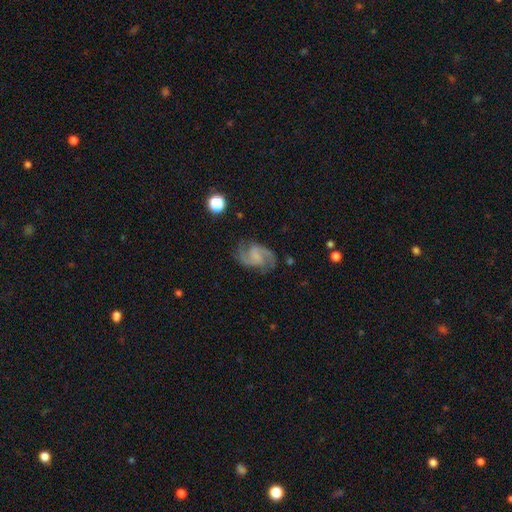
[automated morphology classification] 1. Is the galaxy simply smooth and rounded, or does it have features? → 84% featured or disk, 9% smooth, 6% star or artifact.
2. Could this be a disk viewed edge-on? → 98% no, 2% yes.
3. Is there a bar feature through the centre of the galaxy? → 48% weak, 35% no, 17% strong.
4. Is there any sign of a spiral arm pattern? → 97% yes, 3% no.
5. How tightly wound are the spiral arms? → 55% medium, 26% loose, 20% tight.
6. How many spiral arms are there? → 89% 2, 4% can't tell, 3% 3, 2% 1, 1% 4, 1% more than 4.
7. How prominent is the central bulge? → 52% none, 29% small, 14% moderate, 4% large, 1% dominant.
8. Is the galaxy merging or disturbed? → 76% none, 15% minor disturbance, 7% major disturbance, 2% merger.